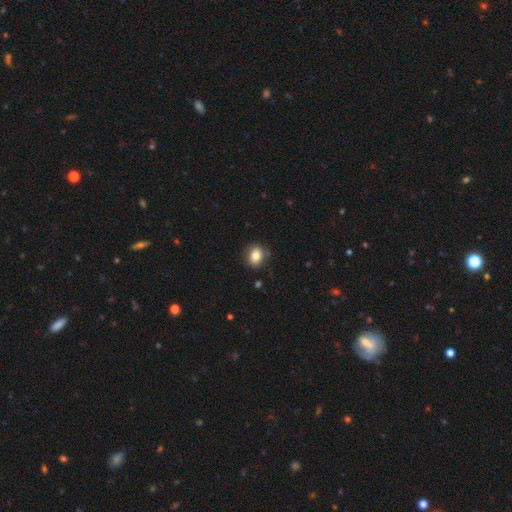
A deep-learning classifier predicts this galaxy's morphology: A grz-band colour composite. It shows a smooth galaxy with no disk features (82%) that is in between round and cigar-shaped (50%). Merging: none (82%).